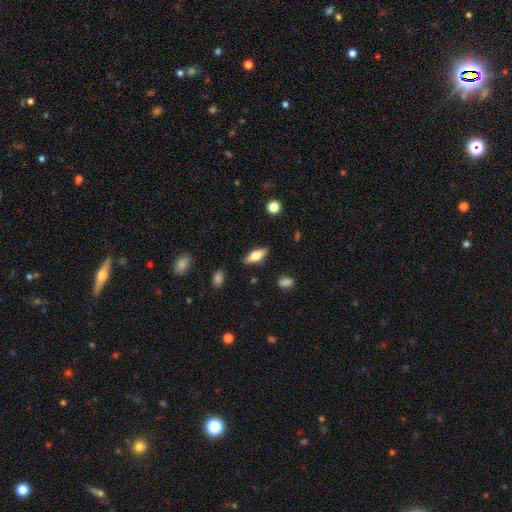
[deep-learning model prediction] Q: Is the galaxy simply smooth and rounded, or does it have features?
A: smooth — 61%.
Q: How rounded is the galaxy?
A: in between — 72%.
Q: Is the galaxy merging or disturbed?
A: none — 83%.